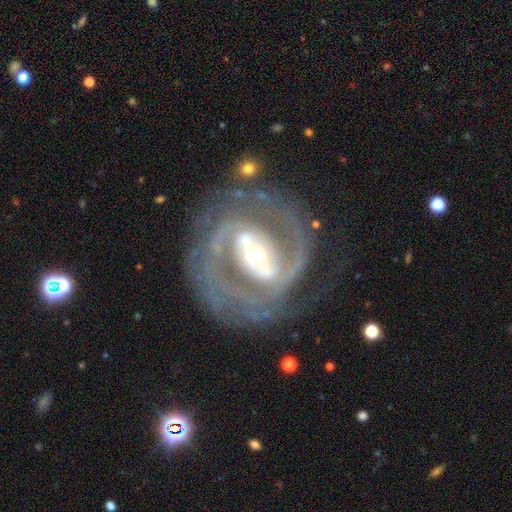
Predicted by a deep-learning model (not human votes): The model was most divided on "spiral winding": tight: 46%, medium: 42%, loose: 12%. More confident: edge-on disk — no (97%); spiral arms — yes (94%); smooth or featured — featured or disk (90%); spiral arm count — 2 (78%); merging — none (72%); bulge size — moderate (63%); bar — strong (61%).